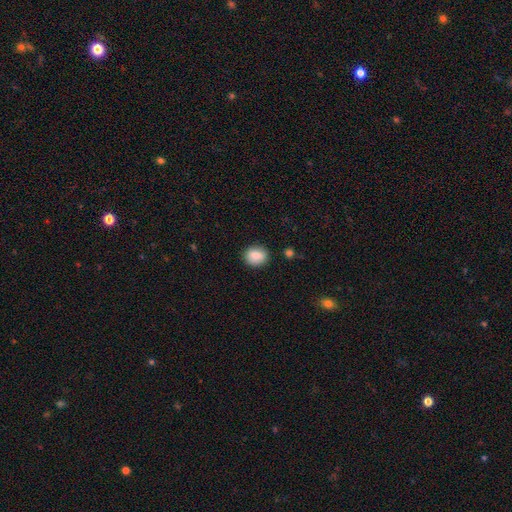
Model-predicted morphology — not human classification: smooth-or-featured: smooth: 85% | star or artifact: 8% | featured or disk: 7%
  how-rounded: round: 71% | in between: 28% | cigar-shaped: 1%
  merging: none: 88% | minor disturbance: 8% | major disturbance: 2% | merger: 2%